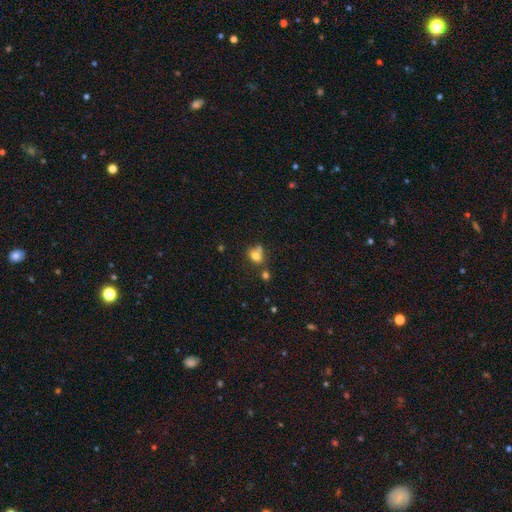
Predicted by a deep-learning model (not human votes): Morphology: type=smooth (74%); roundness=in between (51%); merging=none (40%).